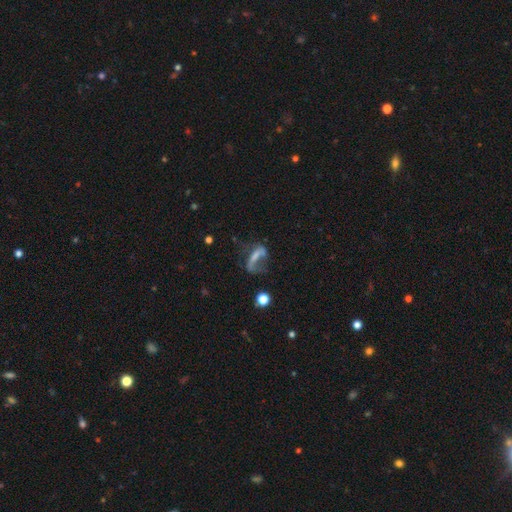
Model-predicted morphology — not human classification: Smooth or featured: featured or disk — 57% (smooth — 28%)
Edge-on disk: no — 80% (yes — 20%)
Merging: major disturbance — 40% (none — 34%)